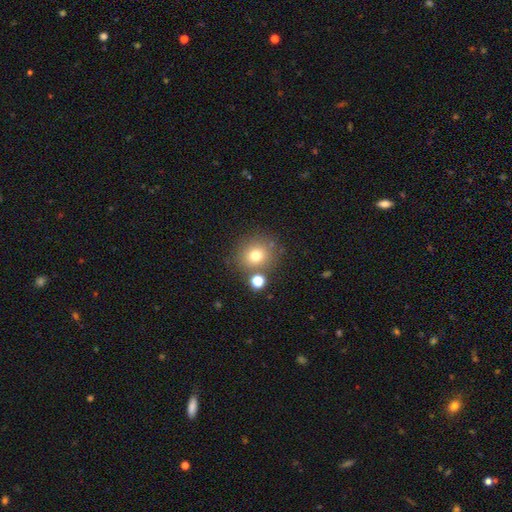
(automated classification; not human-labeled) This appears to be a smooth galaxy with no disk features (74%) that is round (86%). Merging: none (75%).